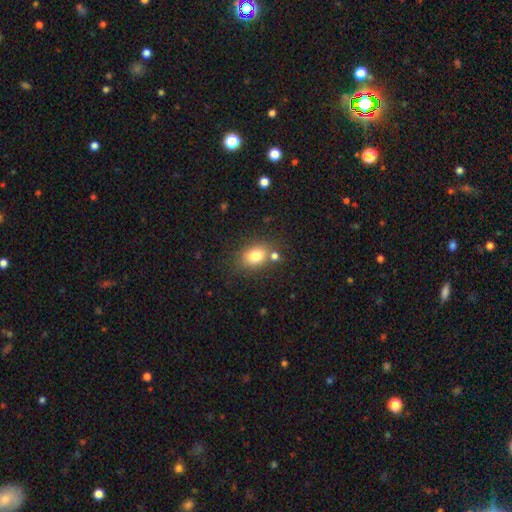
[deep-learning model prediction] Overall: smooth (79%). How rounded: in between (66%; round 32%). Merging: none (69%).